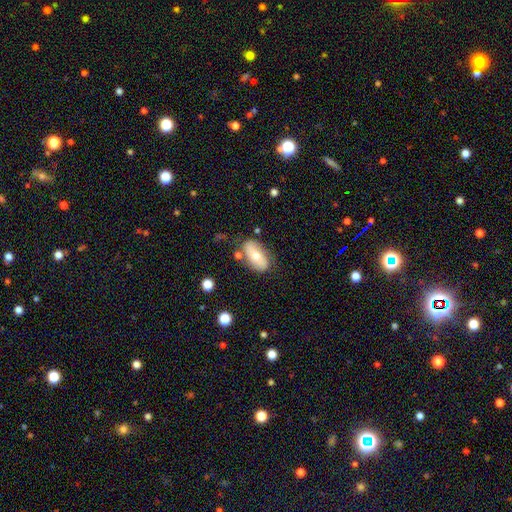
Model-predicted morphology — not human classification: This is possibly a smooth galaxy (58%). How rounded: clearly in between (91%). Merging: likely none (71%).